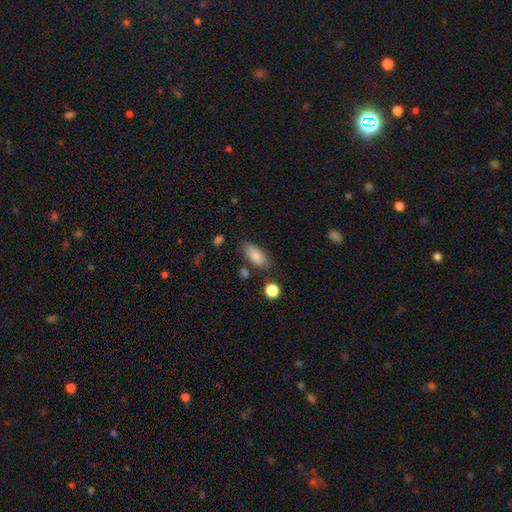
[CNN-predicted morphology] Q: Smooth or featured?
A: smooth (85%); runner-up: star or artifact (7%)
Q: How rounded?
A: in between (84%); runner-up: cigar-shaped (13%)
Q: Merging?
A: none (77%); runner-up: minor disturbance (14%)